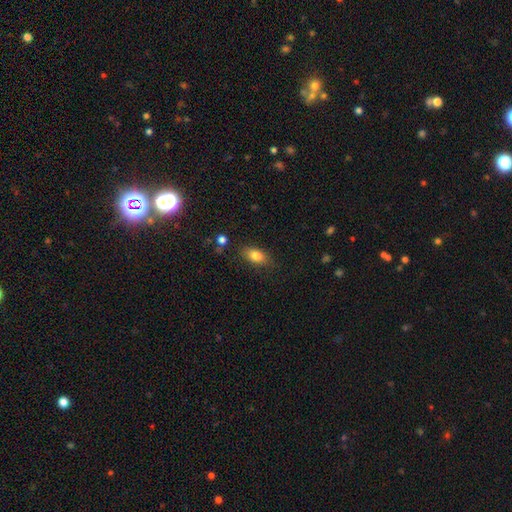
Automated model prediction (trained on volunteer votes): The model was most divided on "merging": none: 81%, minor disturbance: 13%, major disturbance: 3%, merger: 2%. More confident: how rounded — in between (85%); smooth or featured — smooth (81%).